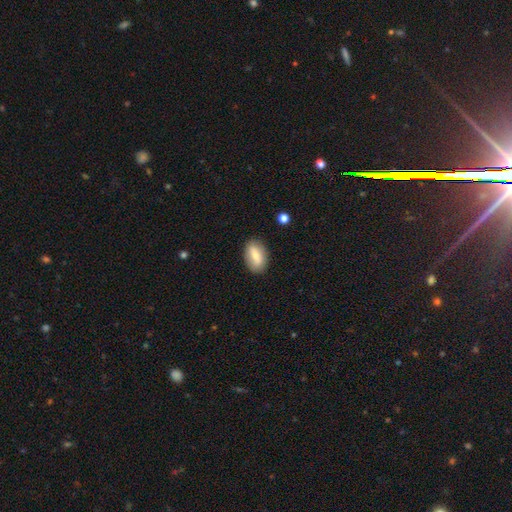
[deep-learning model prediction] Q: Smooth or featured?
A: smooth (70%); runner-up: featured or disk (23%)
Q: How rounded?
A: in between (90%); runner-up: round (6%)
Q: Merging?
A: none (84%); runner-up: minor disturbance (12%)